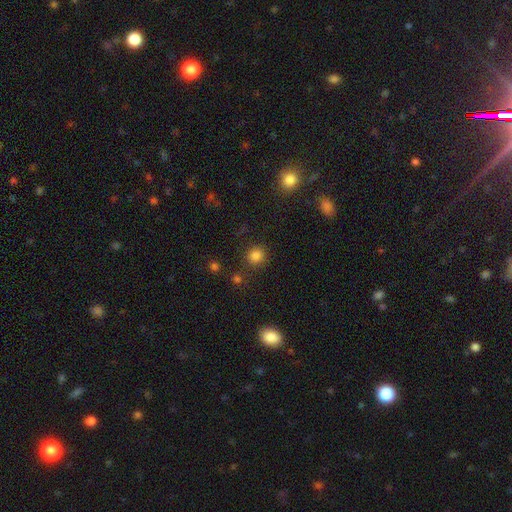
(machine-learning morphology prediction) This appears to be a smooth galaxy with no disk features (81%) that is round (88%). Merging: none (83%).